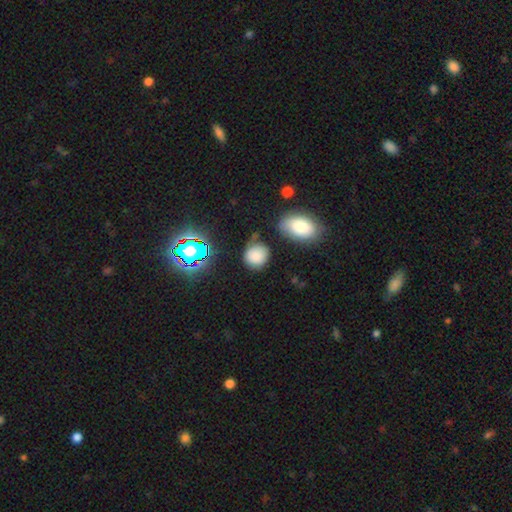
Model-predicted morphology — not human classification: Smooth or featured? Predicted: smooth (p=0.79). How rounded? Predicted: round (p=0.79). Merging? Predicted: none (p=0.70).